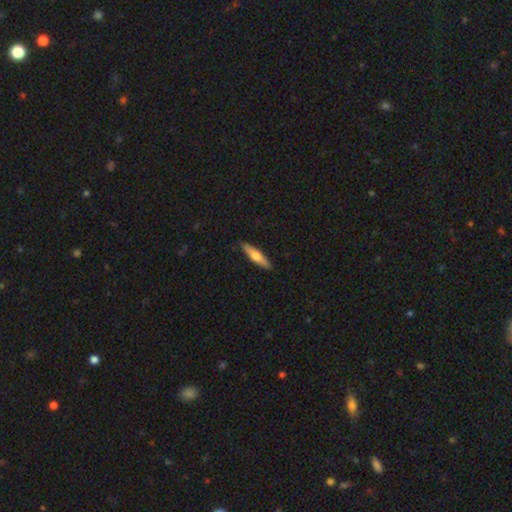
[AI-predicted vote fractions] The model was most divided on "smooth or featured": smooth: 56%, featured or disk: 38%, star or artifact: 5%. More confident: merging — none (89%); how rounded — cigar-shaped (76%).